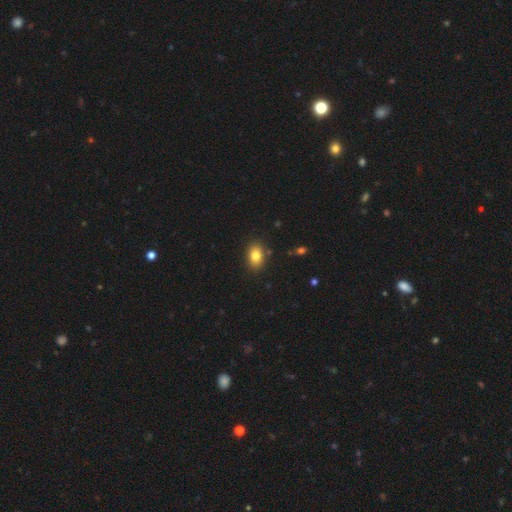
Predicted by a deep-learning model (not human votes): smooth_or_featured: smooth (p=0.83) [alt: star or artifact p=0.09]
how_rounded: in between (p=0.83) [alt: round p=0.16]
merging: none (p=0.86) [alt: minor disturbance p=0.09]